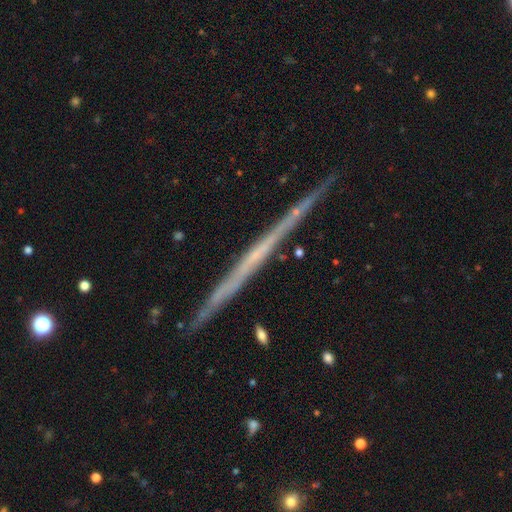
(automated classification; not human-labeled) Smooth or featured? featured or disk (70%)
Edge-on disk? yes (98%)
Edge-on bulge? none (91%)
Merging? none (90%)